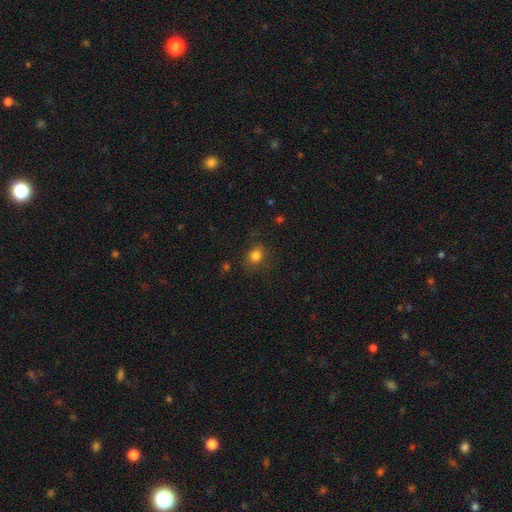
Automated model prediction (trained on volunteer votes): smooth-or-featured: smooth: 81% | star or artifact: 13% | featured or disk: 7%
  how-rounded: round: 64% | in between: 35% | cigar-shaped: 1%
  merging: none: 78% | minor disturbance: 15% | major disturbance: 5% | merger: 1%